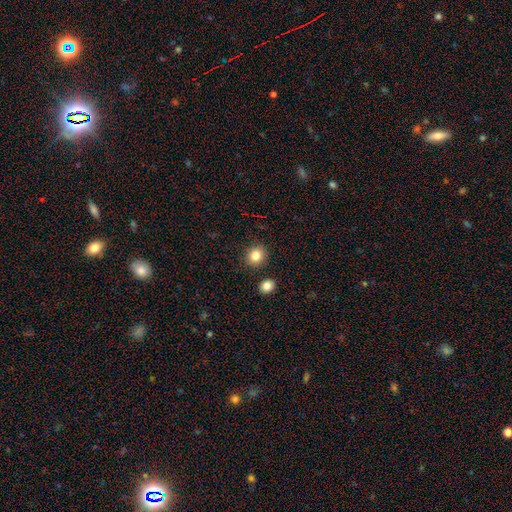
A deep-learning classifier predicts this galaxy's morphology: smooth 84%, star or artifact 10%, featured or disk 6%. Down the decision tree: how rounded — round (82%); merging — none (87%).